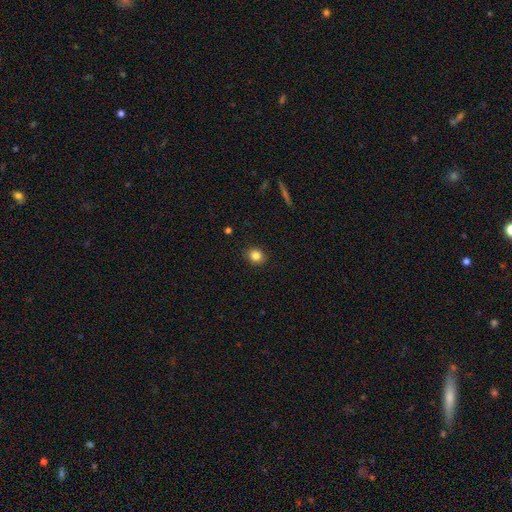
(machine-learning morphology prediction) Smooth or featured: smooth — 83% (star or artifact — 11%)
How rounded: round — 71% (in between — 28%)
Merging: none — 90% (minor disturbance — 7%)